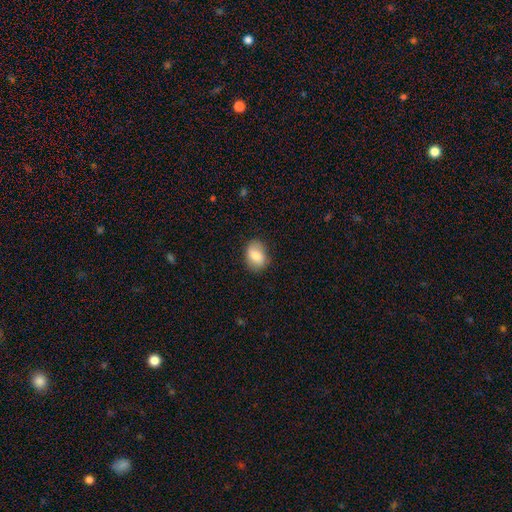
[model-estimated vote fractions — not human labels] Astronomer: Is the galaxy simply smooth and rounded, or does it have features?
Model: smooth — 78%.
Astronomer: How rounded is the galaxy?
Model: in between — 74%.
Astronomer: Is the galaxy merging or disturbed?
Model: none — 80%.